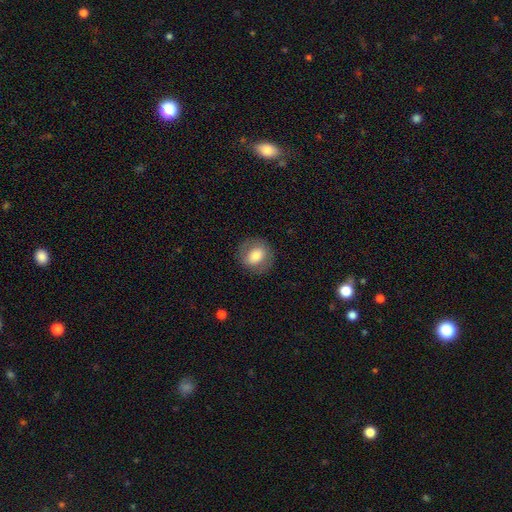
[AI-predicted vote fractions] The model was most divided on "how rounded": round: 69%, in between: 30%, cigar-shaped: 1%. More confident: merging — none (83%); smooth or featured — smooth (71%).